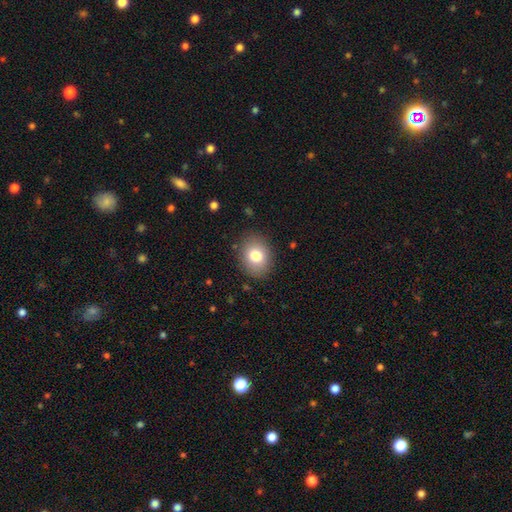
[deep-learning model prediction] Q: Smooth or featured?
A: smooth (79%); runner-up: featured or disk (11%)
Q: How rounded?
A: round (52%); runner-up: in between (47%)
Q: Merging?
A: none (86%); runner-up: minor disturbance (10%)